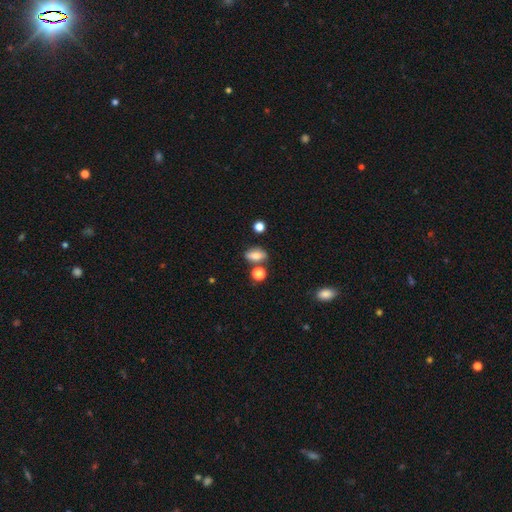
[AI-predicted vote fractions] This is likely a smooth galaxy (75%). How rounded: clearly in between (80%). Merging: likely none (69%).